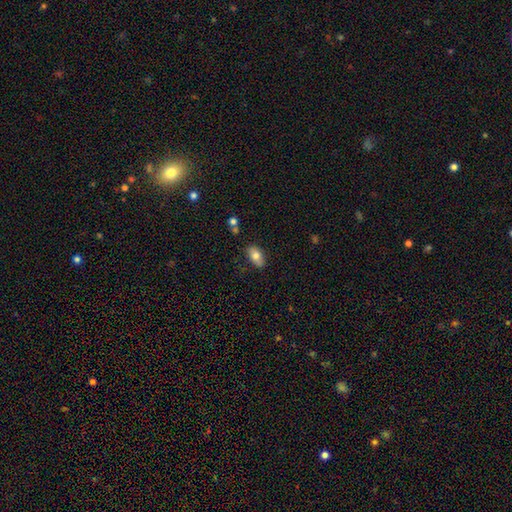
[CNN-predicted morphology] Overall: smooth (76%). How rounded: in between (91%). Merging: none (82%).